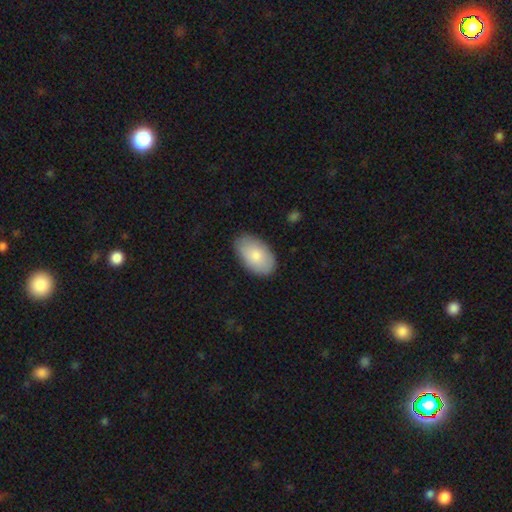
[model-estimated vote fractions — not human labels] Smooth or featured? smooth (81%)
How rounded? in between (94%)
Merging? none (83%)